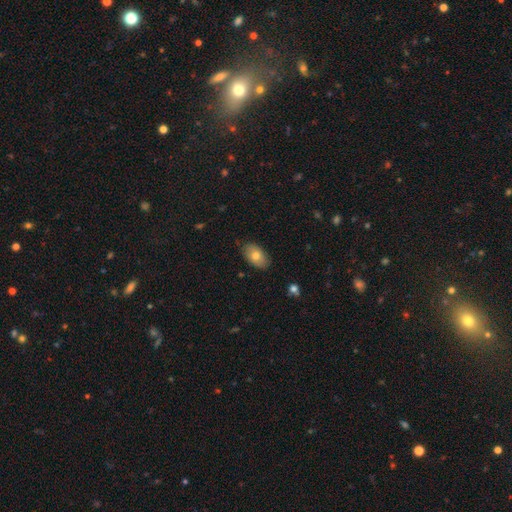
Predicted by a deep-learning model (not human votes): A smooth galaxy with no disk features (75%) that is in between round and cigar-shaped (92%).

Vote fractions:
- Smooth or featured? smooth: 75% / featured or disk: 18% / star or artifact: 7%
- How rounded? in between: 92% / round: 6% / cigar-shaped: 2%
- Merging? none: 83% / minor disturbance: 14% / major disturbance: 2% / merger: 1%